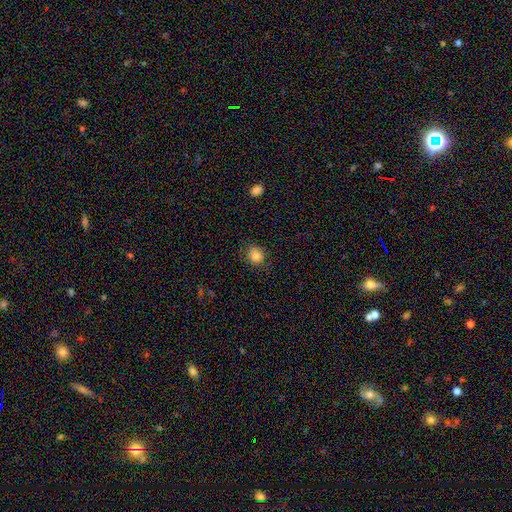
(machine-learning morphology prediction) Overall: smooth (85%). How rounded: round (65%; in between 34%). Merging: none (80%).